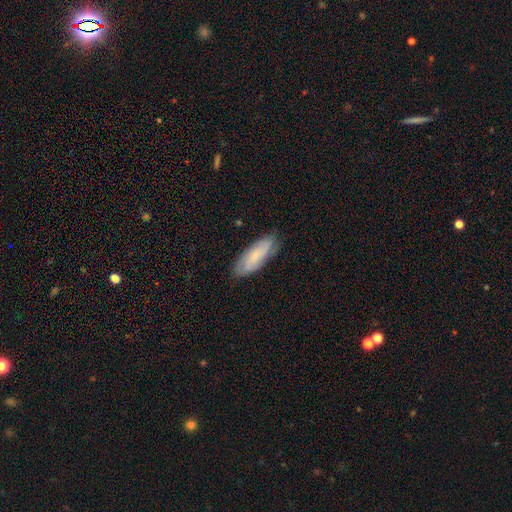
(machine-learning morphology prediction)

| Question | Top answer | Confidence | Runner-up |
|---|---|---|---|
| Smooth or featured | smooth | 55% | featured or disk (38%) |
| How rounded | in between | 64% | cigar-shaped (34%) |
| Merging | none | 80% | minor disturbance (16%) |